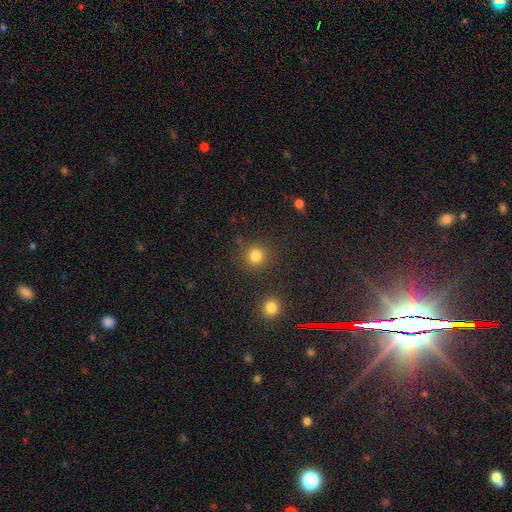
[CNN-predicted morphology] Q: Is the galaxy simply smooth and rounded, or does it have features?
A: smooth — 82%.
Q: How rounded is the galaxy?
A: round — 91%.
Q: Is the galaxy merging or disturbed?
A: none — 84%.